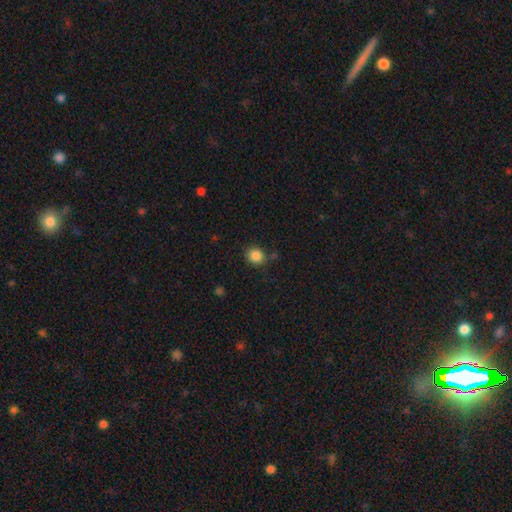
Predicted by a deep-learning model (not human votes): A smooth galaxy with no disk features (86%) that is round (76%).

Vote fractions:
- Smooth or featured? smooth: 86% / star or artifact: 10% / featured or disk: 4%
- How rounded? round: 76% / in between: 23% / cigar-shaped: 1%
- Merging? none: 79% / minor disturbance: 13% / merger: 5% / major disturbance: 4%